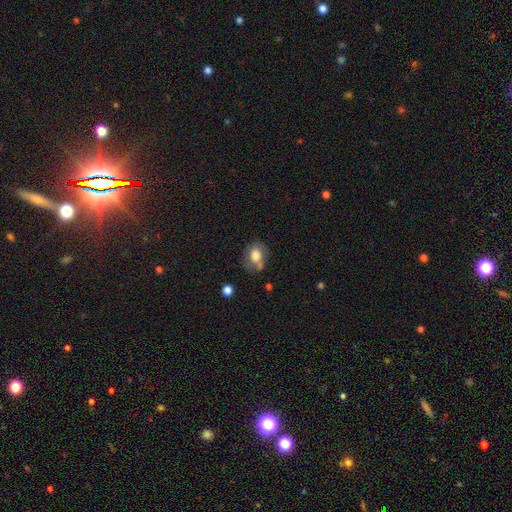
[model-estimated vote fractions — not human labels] The model was most divided on "merging": none: 52%, minor disturbance: 28%, major disturbance: 12%, merger: 8%. More confident: smooth or featured — smooth (72%); how rounded — in between (65%).